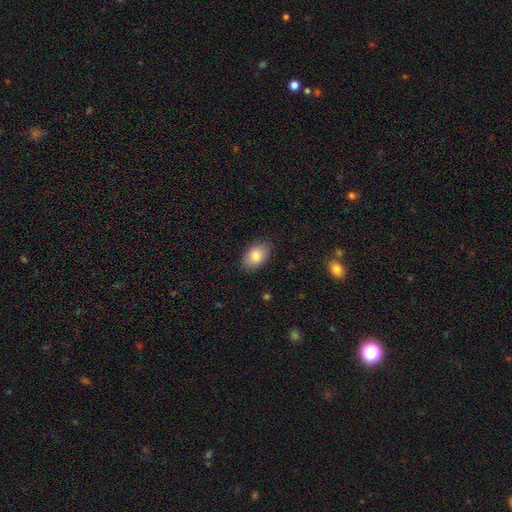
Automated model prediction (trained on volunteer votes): This is clearly a smooth galaxy (84%). How rounded: clearly in between (91%). Merging: clearly none (85%).